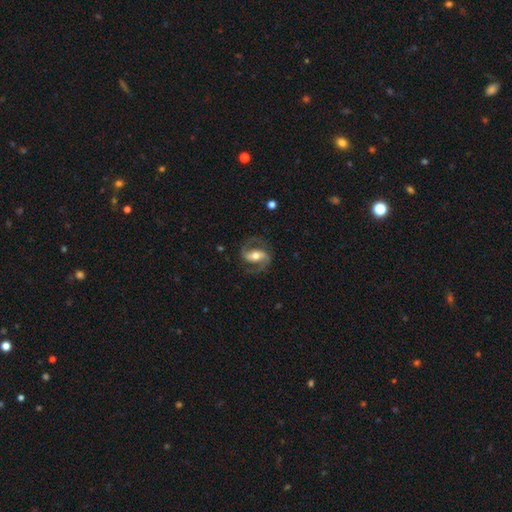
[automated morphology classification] A featured or disk galaxy (88%) with a strong bar (42%), 2 (93%) medium (58%) spiral arms (96%) and a moderate central bulge (70%).

Vote fractions:
- Smooth or featured? featured or disk: 88% / smooth: 8% / star or artifact: 5%
- Edge-on disk? no: 97% / yes: 3%
- Bar? strong: 42% / weak: 35% / no: 22%
- Spiral arms? yes: 96% / no: 4%
- Spiral winding? medium: 58% / loose: 26% / tight: 16%
- Spiral arm count? 2: 93% / 1: 2% / can't tell: 2% / 3: 1% / 4: 1% / more than 4: 1%
- Bulge size? moderate: 70% / small: 17% / large: 10% / none: 1% / dominant: 1%
- Merging? none: 79% / minor disturbance: 12% / major disturbance: 7% / merger: 1%